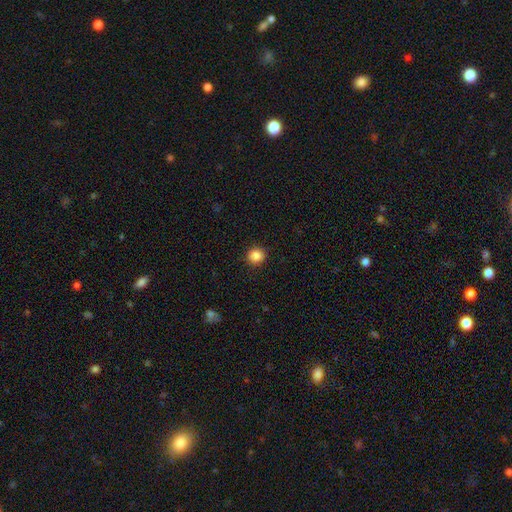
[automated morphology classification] A smooth galaxy with no disk features (87%) that is round (91%). Merging: none (91%).